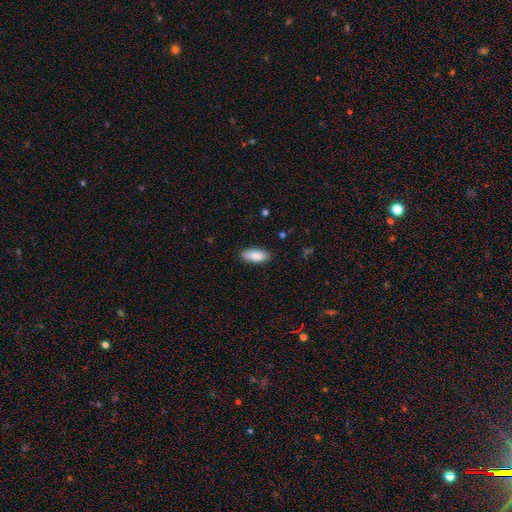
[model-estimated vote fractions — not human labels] Smooth or featured? Predicted: smooth (p=0.88). How rounded? Predicted: in between (p=0.86). Merging? Predicted: none (p=0.87).